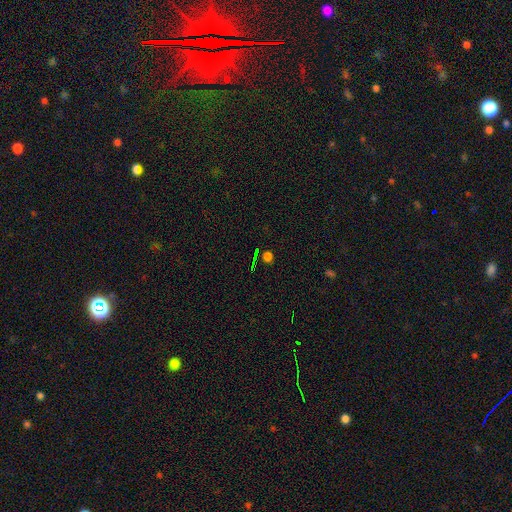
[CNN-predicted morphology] Smooth or featured?
  - star or artifact: 51% *
  - smooth: 40%
  - featured or disk: 10%